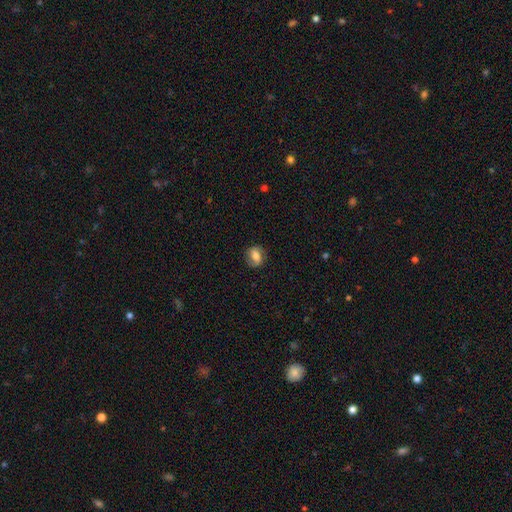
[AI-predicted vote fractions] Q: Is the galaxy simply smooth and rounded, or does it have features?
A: smooth — 58%.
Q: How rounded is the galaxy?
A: in between — 52%.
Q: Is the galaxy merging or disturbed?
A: none — 78%.